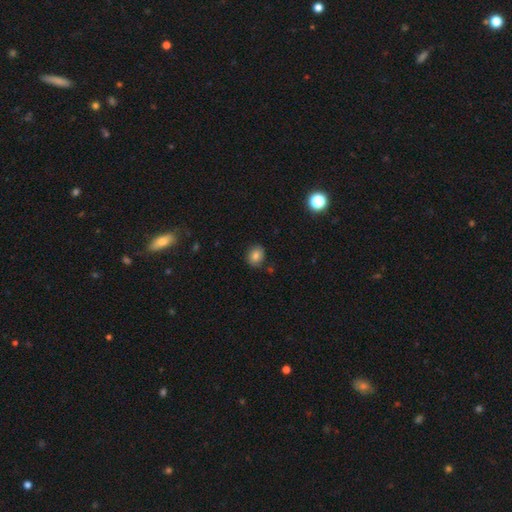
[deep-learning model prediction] Morphology: type=smooth (79%); roundness=round (71%); merging=none (81%).